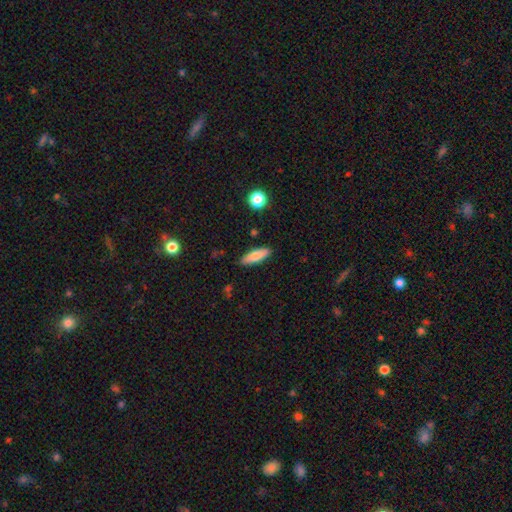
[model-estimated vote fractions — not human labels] Smooth or featured: smooth — 78% (featured or disk — 15%)
How rounded: cigar-shaped — 50% (in between — 48%)
Merging: none — 87% (minor disturbance — 10%)